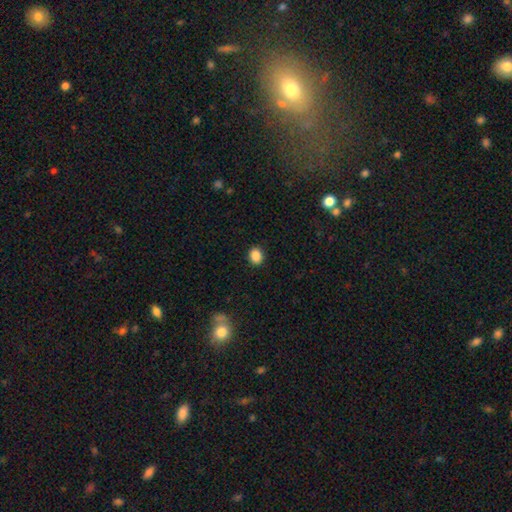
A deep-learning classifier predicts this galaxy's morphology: The model was most divided on "how rounded": round: 57%, in between: 42%, cigar-shaped: 1%. More confident: merging — none (90%); smooth or featured — smooth (87%).